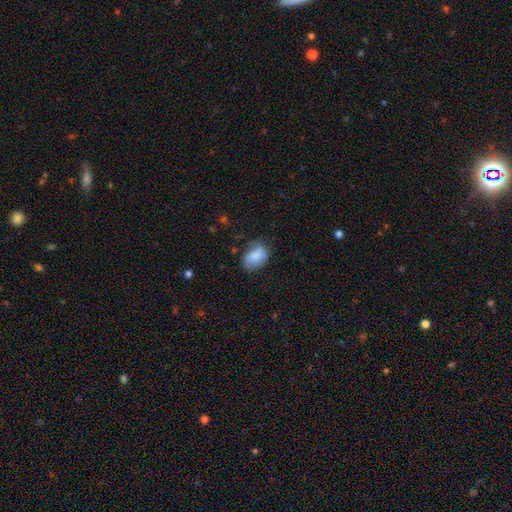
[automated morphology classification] A smooth galaxy with no disk features (72%) that is in between round and cigar-shaped (79%). Merging: none (57%).